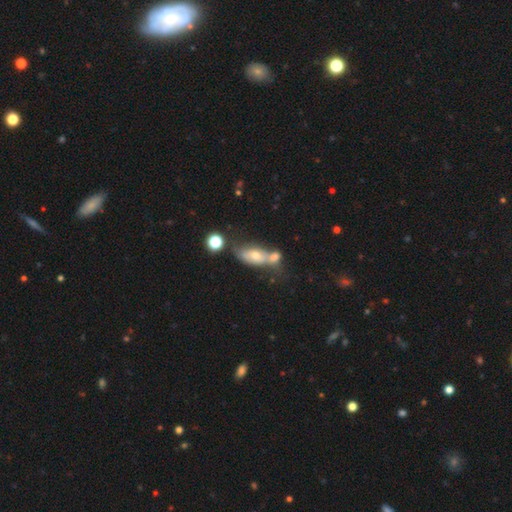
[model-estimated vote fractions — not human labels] Morphology: type=smooth (52%); roundness=in between (76%); merging=merger (50%).